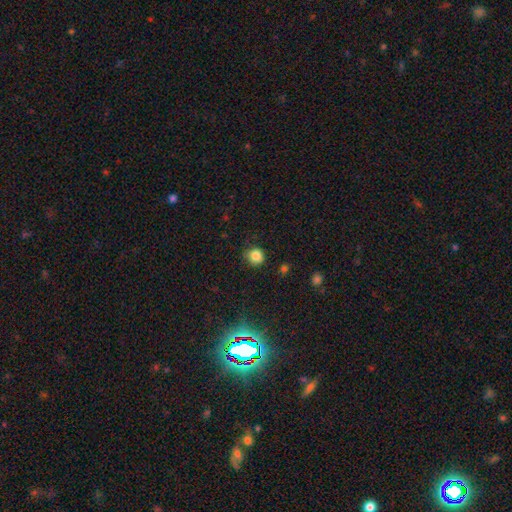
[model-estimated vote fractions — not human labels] smooth_or_featured: smooth (p=0.83) [alt: star or artifact p=0.12]
how_rounded: round (p=0.85) [alt: in between p=0.14]
merging: none (p=0.77) [alt: minor disturbance p=0.18]